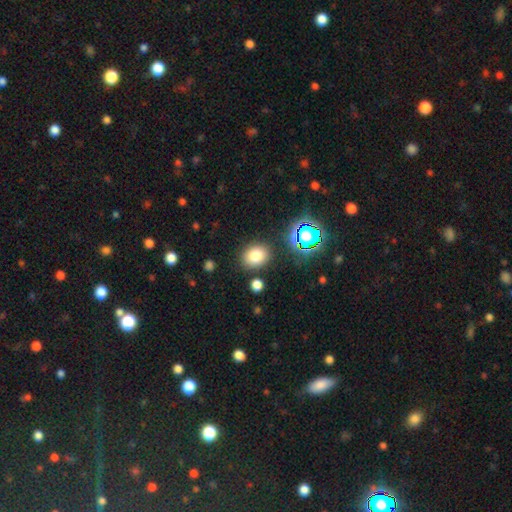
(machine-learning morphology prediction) Smooth or featured? smooth (77%)
How rounded? round (50%)
Merging? none (82%)